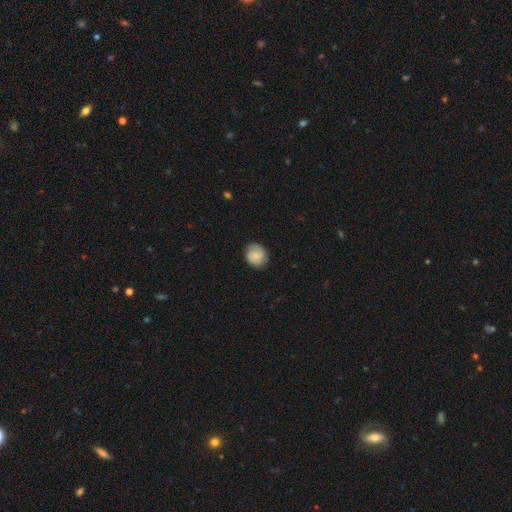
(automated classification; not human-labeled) smooth-or-featured: smooth: 71% | featured or disk: 21% | star or artifact: 8%
  how-rounded: round: 78% | in between: 21% | cigar-shaped: 1%
  merging: none: 80% | minor disturbance: 15% | major disturbance: 4% | merger: 1%